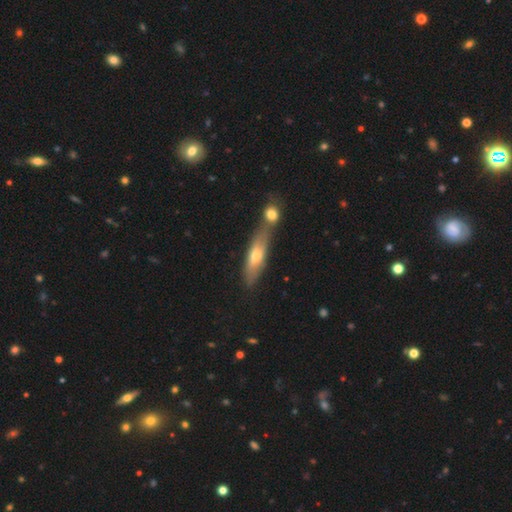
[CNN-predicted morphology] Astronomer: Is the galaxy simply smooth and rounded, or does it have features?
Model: smooth — 51% (runner-up: featured or disk, 41%).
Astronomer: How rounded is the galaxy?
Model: cigar-shaped — 64%.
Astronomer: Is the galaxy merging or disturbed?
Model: none — 50% (runner-up: merger, 33%).